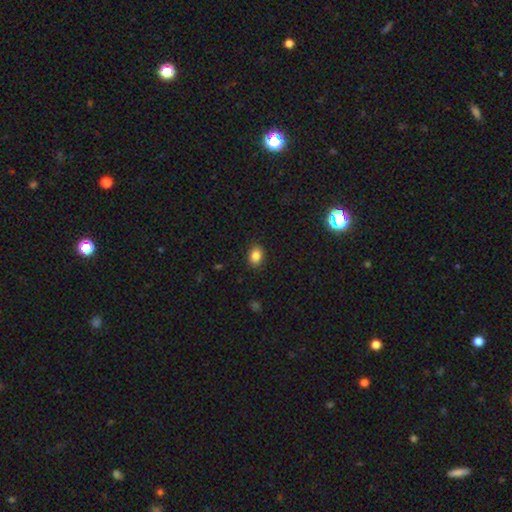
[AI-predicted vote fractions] Smooth or featured?
  - smooth: 85% *
  - star or artifact: 10%
  - featured or disk: 5%
How rounded?
  - in between: 63% *
  - round: 36%
  - cigar-shaped: 1%
Merging?
  - none: 88% *
  - minor disturbance: 8%
  - major disturbance: 2%
  - merger: 1%